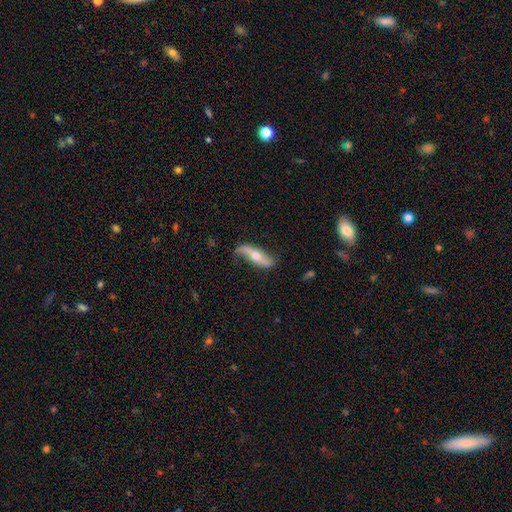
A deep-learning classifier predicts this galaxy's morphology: featured or disk 66%, smooth 28%, star or artifact 6%. Down the decision tree: edge-on disk — no (66%); merging — none (67%).